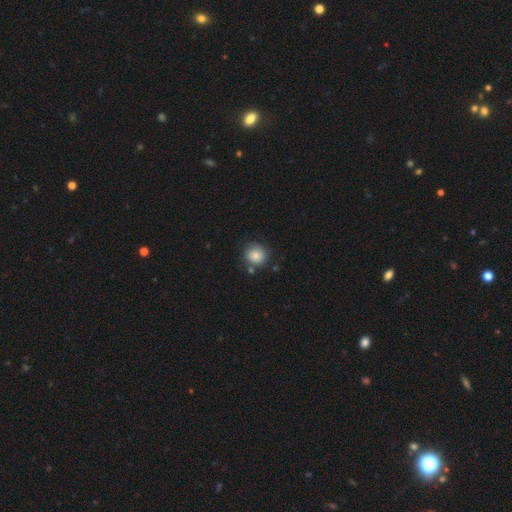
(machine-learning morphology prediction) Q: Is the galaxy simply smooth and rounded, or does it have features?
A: smooth — 81%.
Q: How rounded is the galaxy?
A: round — 90%.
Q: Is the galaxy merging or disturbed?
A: none — 74%.